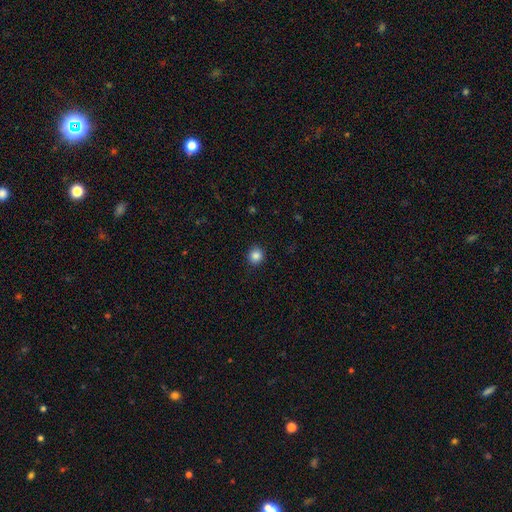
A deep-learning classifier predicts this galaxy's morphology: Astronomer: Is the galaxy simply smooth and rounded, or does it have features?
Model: smooth — 86%.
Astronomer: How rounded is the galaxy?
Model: round — 89%.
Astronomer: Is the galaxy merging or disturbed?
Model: none — 91%.